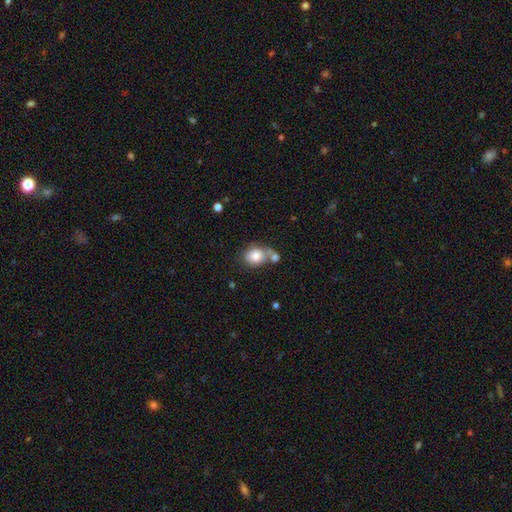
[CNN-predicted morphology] Smooth or featured?
  - smooth: 80% *
  - featured or disk: 12%
  - star or artifact: 8%
How rounded?
  - round: 54% *
  - in between: 45%
  - cigar-shaped: 1%
Merging?
  - none: 42% *
  - merger: 37%
  - minor disturbance: 15%
  - major disturbance: 6%